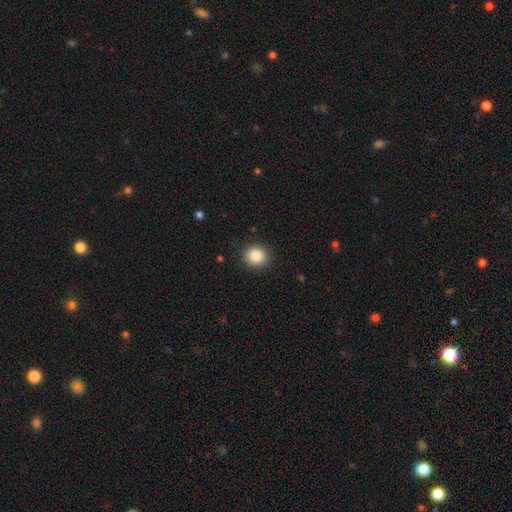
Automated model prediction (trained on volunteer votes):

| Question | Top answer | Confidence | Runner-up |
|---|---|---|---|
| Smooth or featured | smooth | 86% | star or artifact (9%) |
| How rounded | round | 81% | in between (18%) |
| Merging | none | 89% | minor disturbance (7%) |